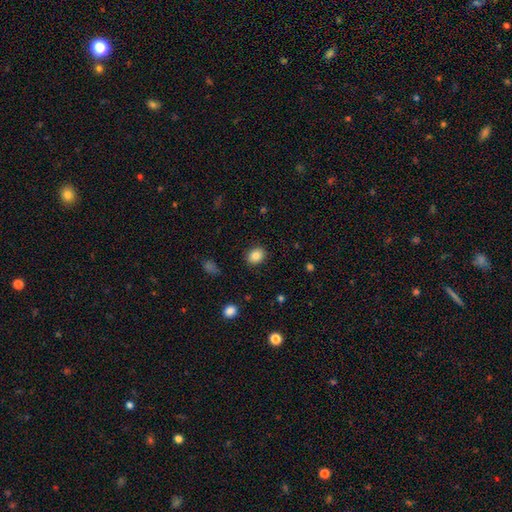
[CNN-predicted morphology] A smooth galaxy with no disk features (84%) that is round (52%). Merging: none (88%).